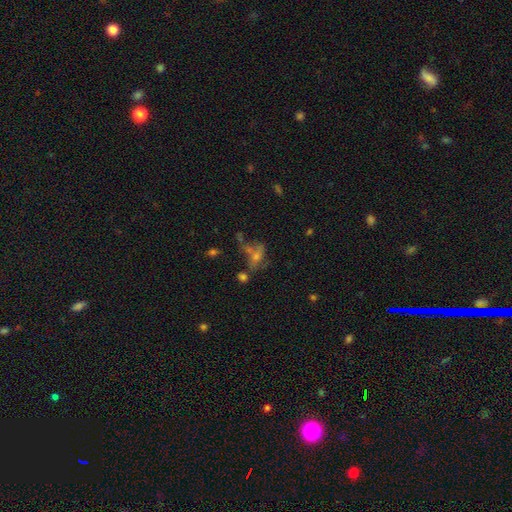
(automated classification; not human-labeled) smooth-or-featured: featured or disk: 40% | smooth: 31% | star or artifact: 29%
  merging: none: 35% | major disturbance: 27% | merger: 23% | minor disturbance: 16%